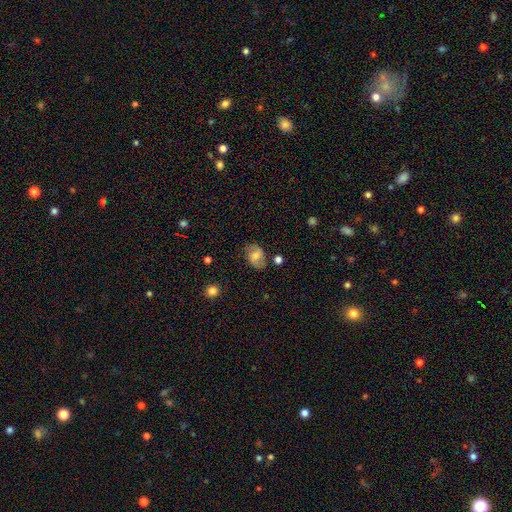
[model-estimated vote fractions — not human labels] Overall: featured or disk (48%; smooth 43%). Merging: none (74%).